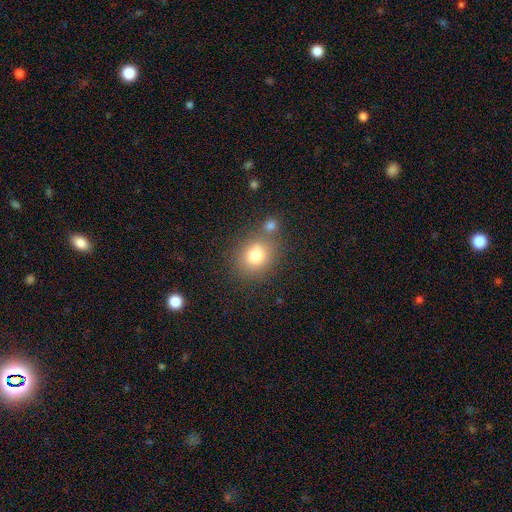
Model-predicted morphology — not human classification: smooth_or_featured: smooth (p=0.77) [alt: star or artifact p=0.11]
how_rounded: round (p=0.69) [alt: in between p=0.30]
merging: none (p=0.61) [alt: merger p=0.21]